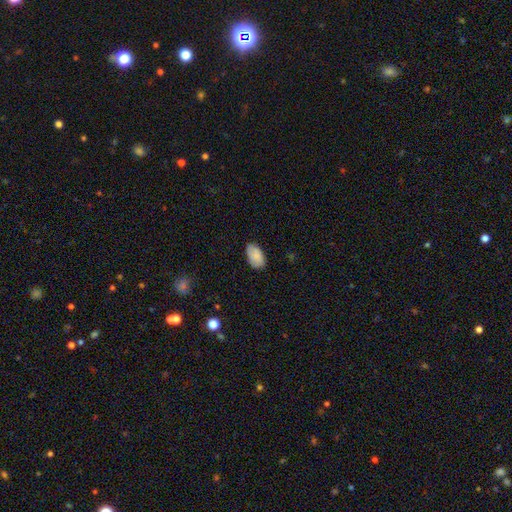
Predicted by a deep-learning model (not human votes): smooth_or_featured: smooth (p=0.85) [alt: featured or disk p=0.08]
how_rounded: in between (p=0.94) [alt: round p=0.05]
merging: none (p=0.77) [alt: minor disturbance p=0.19]